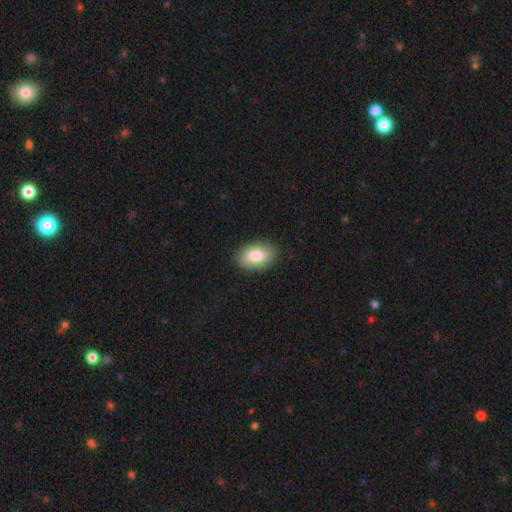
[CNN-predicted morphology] smooth 81%, featured or disk 12%, star or artifact 7%. Down the decision tree: how rounded — in between (89%); merging — none (85%).